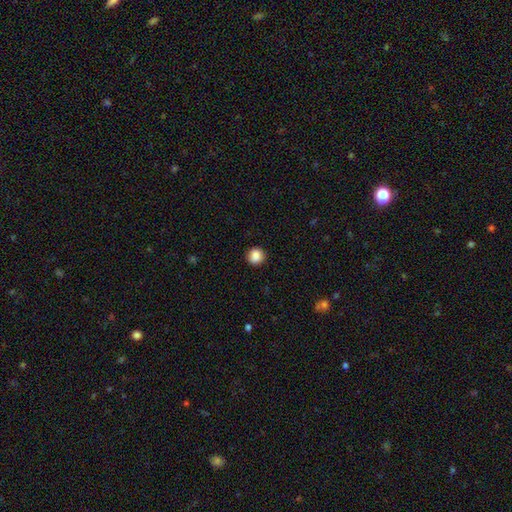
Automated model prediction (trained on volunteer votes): A smooth galaxy with no disk features (88%) that is round (91%). Merging: none (92%).